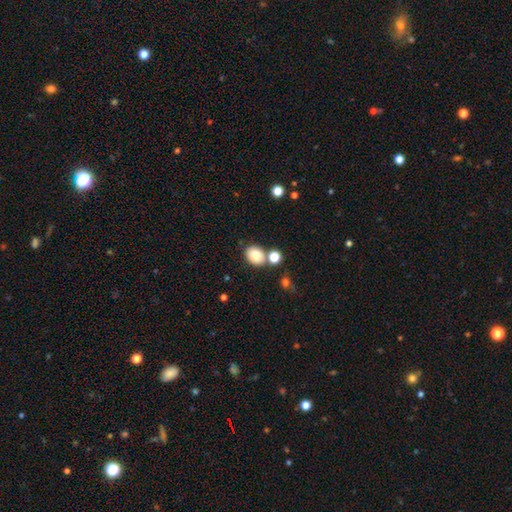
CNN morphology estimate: A smooth galaxy with no disk features (81%) that is in between round and cigar-shaped (55%).

Vote fractions:
- Smooth or featured? smooth: 81% / star or artifact: 10% / featured or disk: 9%
- How rounded? in between: 55% / round: 44% / cigar-shaped: 1%
- Merging? none: 69% / merger: 17% / minor disturbance: 11% / major disturbance: 3%